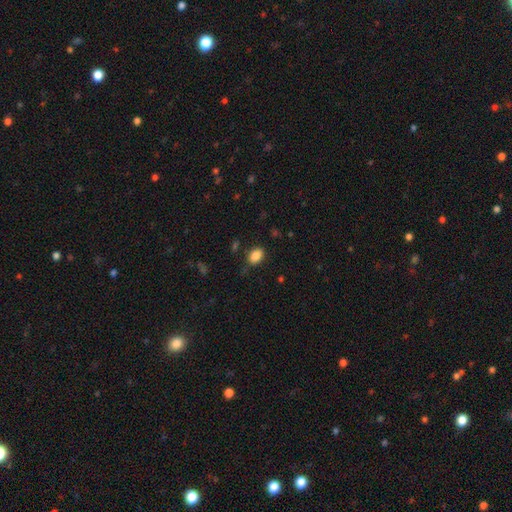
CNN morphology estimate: smooth_or_featured: smooth (p=0.87) [alt: star or artifact p=0.09]
how_rounded: in between (p=0.81) [alt: round p=0.18]
merging: none (p=0.82) [alt: minor disturbance p=0.12]